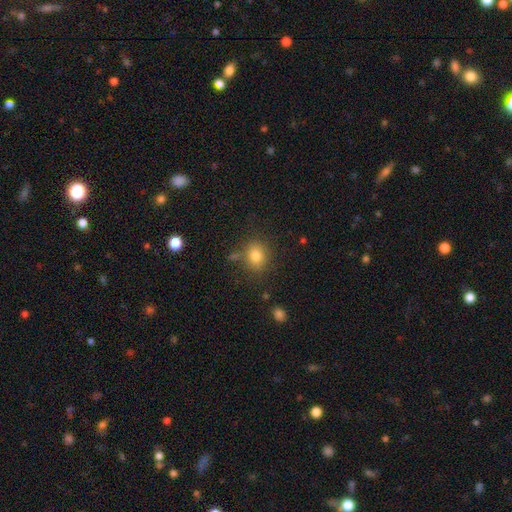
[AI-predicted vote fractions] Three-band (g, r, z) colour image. It shows a smooth galaxy with no disk features (80%) that is round (58%). Merging: none (77%).